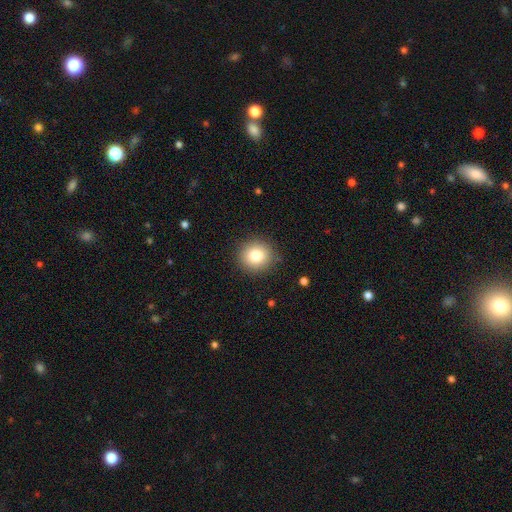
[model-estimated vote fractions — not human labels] Overall: smooth (81%). How rounded: round (90%). Merging: none (89%).